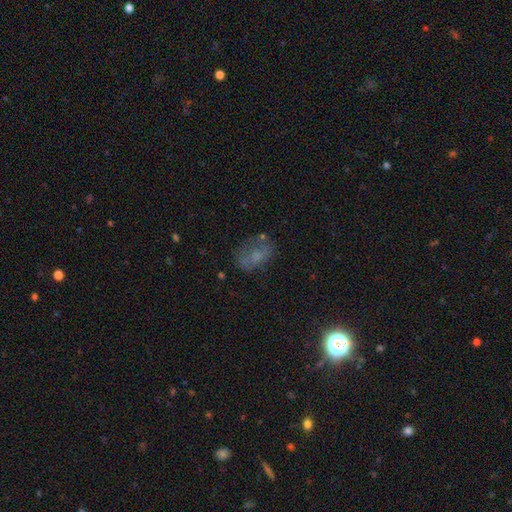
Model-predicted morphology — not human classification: smooth_or_featured: smooth (p=0.46) [alt: featured or disk p=0.35]
merging: none (p=0.50) [alt: minor disturbance p=0.23]